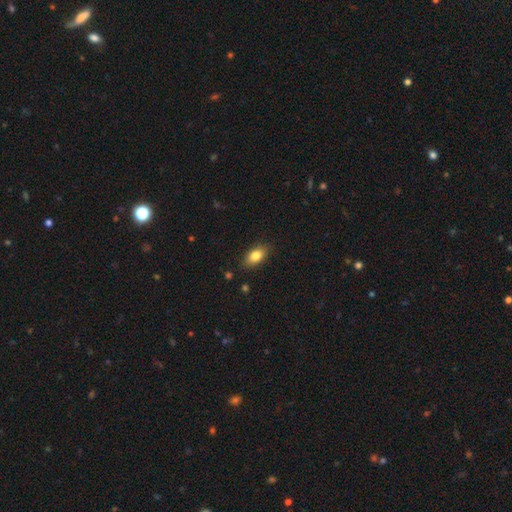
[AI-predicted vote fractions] A smooth galaxy with no disk features (83%) that is in between round and cigar-shaped (89%).

Vote fractions:
- Smooth or featured? smooth: 83% / featured or disk: 9% / star or artifact: 8%
- How rounded? in between: 89% / round: 7% / cigar-shaped: 5%
- Merging? none: 84% / minor disturbance: 12% / major disturbance: 3% / merger: 1%